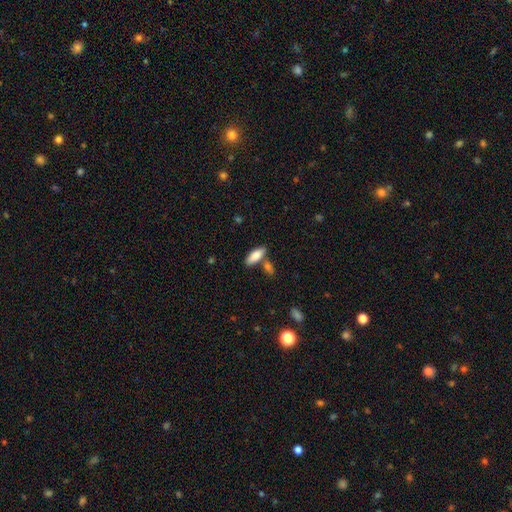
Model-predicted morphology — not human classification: Q: Smooth or featured?
A: smooth (84%); runner-up: featured or disk (10%)
Q: How rounded?
A: in between (73%); runner-up: cigar-shaped (25%)
Q: Merging?
A: none (68%); runner-up: merger (16%)